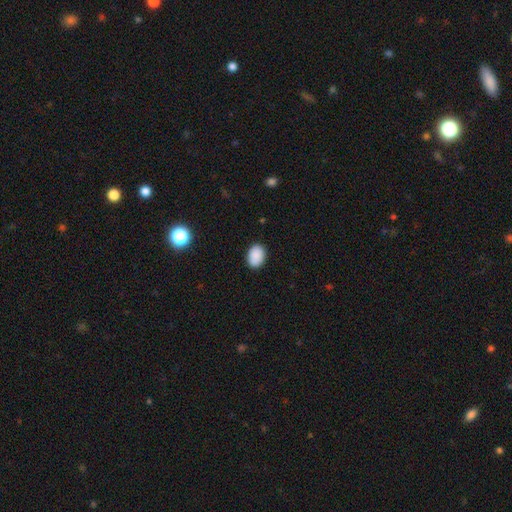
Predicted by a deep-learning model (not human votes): Smooth or featured? smooth (89%)
How rounded? in between (73%)
Merging? none (87%)